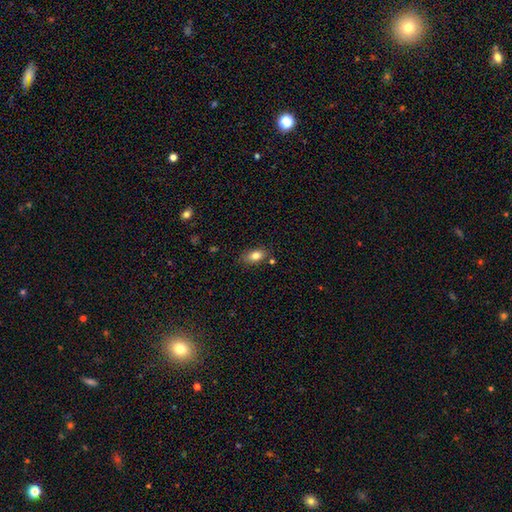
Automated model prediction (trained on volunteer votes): The model was most divided on "merging": none: 78%, minor disturbance: 14%, merger: 5%, major disturbance: 3%. More confident: how rounded — in between (88%); smooth or featured — smooth (81%).